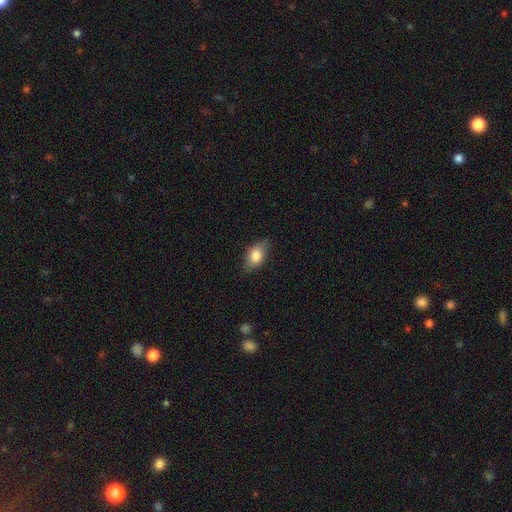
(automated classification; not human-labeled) This is likely a smooth galaxy (79%). How rounded: clearly in between (87%). Merging: likely none (77%).